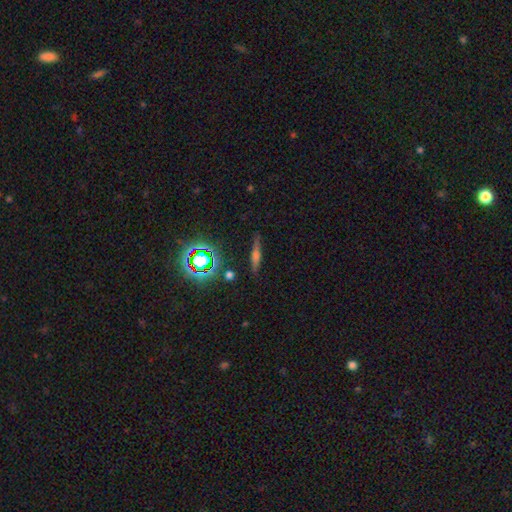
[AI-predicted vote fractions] A featured or disk galaxy (44%).

Vote fractions:
- Smooth or featured? featured or disk: 44% / smooth: 35% / star or artifact: 21%
- Merging? none: 87% / minor disturbance: 9% / major disturbance: 2% / merger: 2%